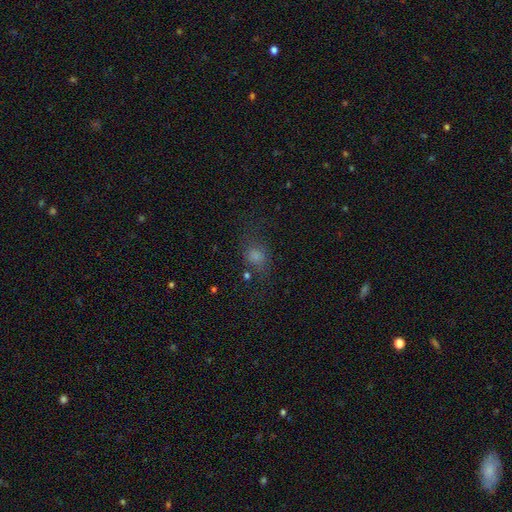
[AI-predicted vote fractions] Smooth or featured?
  - smooth: 57% *
  - star or artifact: 26%
  - featured or disk: 17%
How rounded?
  - round: 53% *
  - in between: 44%
  - cigar-shaped: 3%
Merging?
  - none: 61% *
  - minor disturbance: 20%
  - major disturbance: 16%
  - merger: 3%